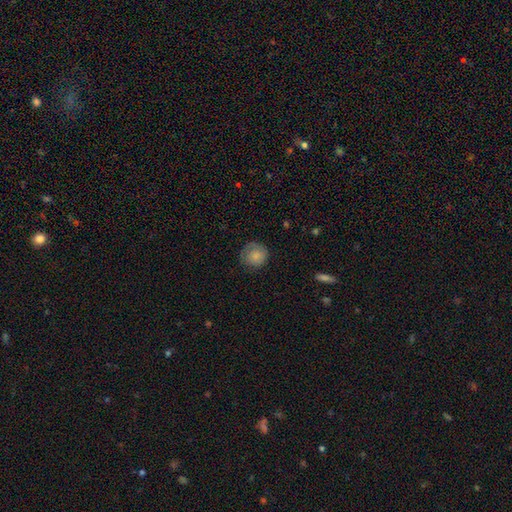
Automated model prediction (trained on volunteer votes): Q: Smooth or featured?
A: smooth (78%); runner-up: featured or disk (14%)
Q: How rounded?
A: round (88%); runner-up: in between (11%)
Q: Merging?
A: none (69%); runner-up: minor disturbance (21%)